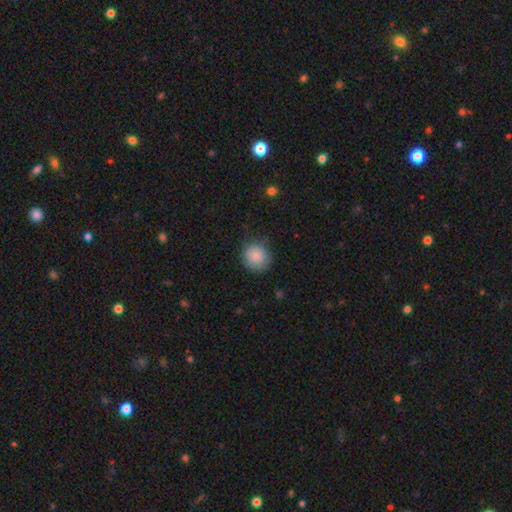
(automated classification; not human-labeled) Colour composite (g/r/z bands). It shows a smooth galaxy with no disk features (87%) that is round (88%). Merging: none (81%).